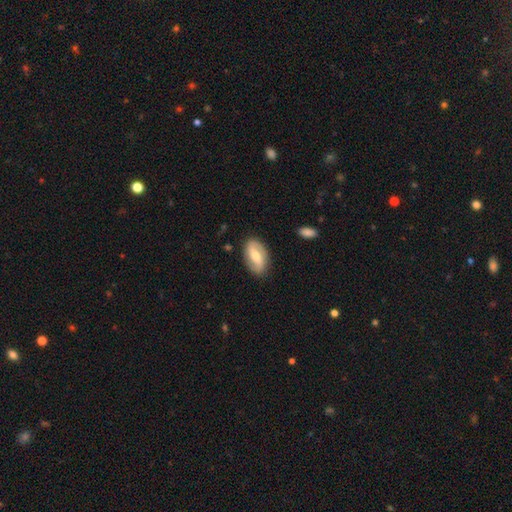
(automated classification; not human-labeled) Overall: featured or disk (65%; smooth 30%). Edge-on disk: no (94%). Bar: weak (39%; strong 31%). Spiral arms: yes (84%). Spiral arm count: 2 (89%). Spiral winding: loose (49%; medium 33%). Bulge size: moderate (64%; small 28%). Merging: none (85%).